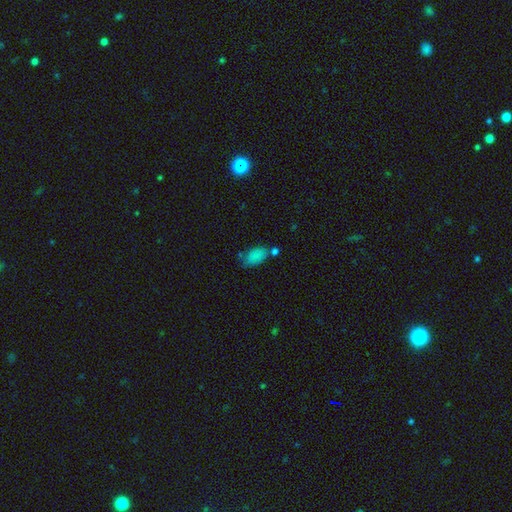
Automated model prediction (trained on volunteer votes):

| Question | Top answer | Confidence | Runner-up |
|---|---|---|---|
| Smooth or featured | smooth | 83% | star or artifact (10%) |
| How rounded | in between | 92% | round (6%) |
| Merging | none | 54% | minor disturbance (22%) |